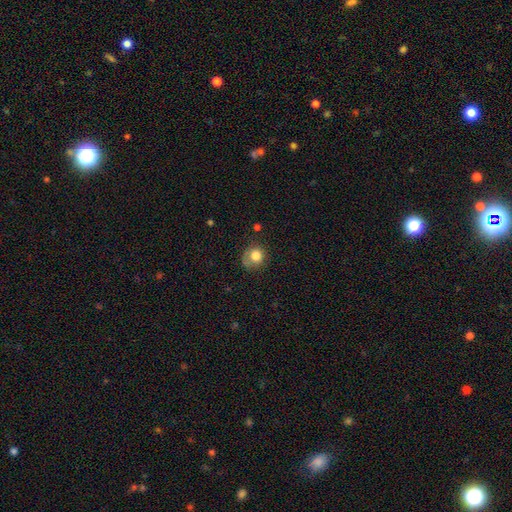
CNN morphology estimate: A smooth galaxy with no disk features (79%) that is round (82%). Merging: none (58%).